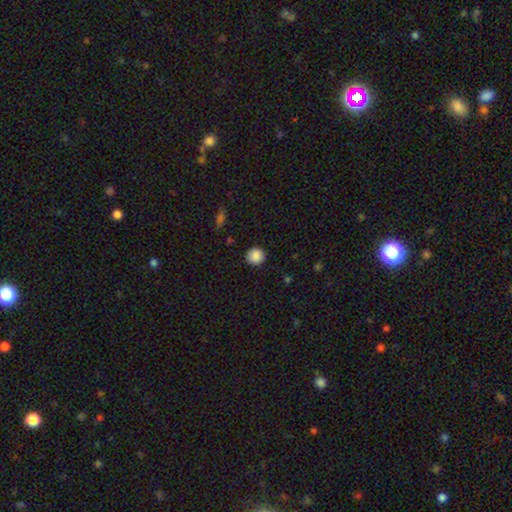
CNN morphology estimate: smooth-or-featured: smooth: 88% | star or artifact: 9% | featured or disk: 3%
  how-rounded: round: 93% | in between: 6% | cigar-shaped: 1%
  merging: none: 91% | minor disturbance: 6% | major disturbance: 2% | merger: 1%